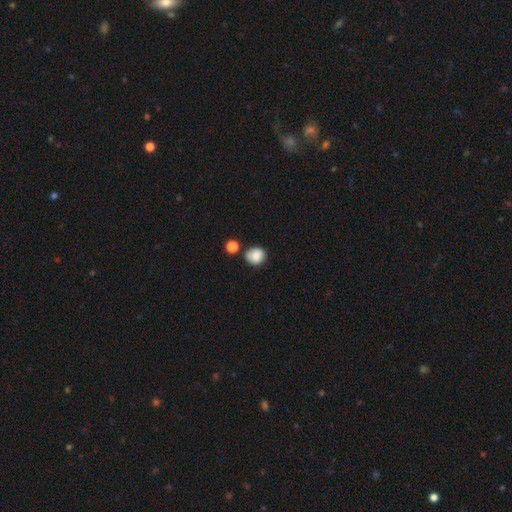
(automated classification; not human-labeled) This is clearly a smooth galaxy (83%). How rounded: likely round (75%). Merging: likely none (69%).